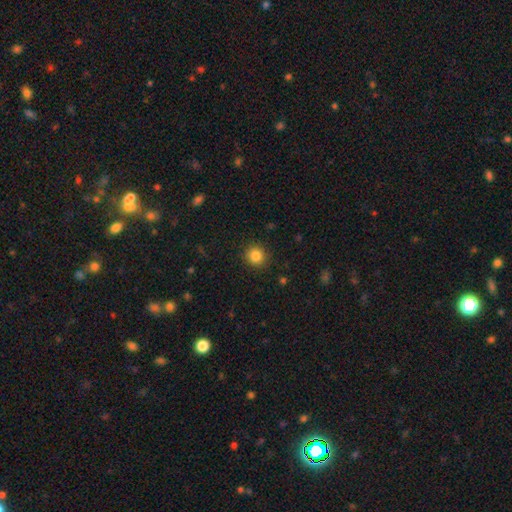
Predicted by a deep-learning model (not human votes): Smooth or featured?
  - smooth: 85% *
  - star or artifact: 11%
  - featured or disk: 5%
How rounded?
  - round: 92% *
  - in between: 7%
  - cigar-shaped: 1%
Merging?
  - none: 91% *
  - minor disturbance: 6%
  - major disturbance: 2%
  - merger: 1%